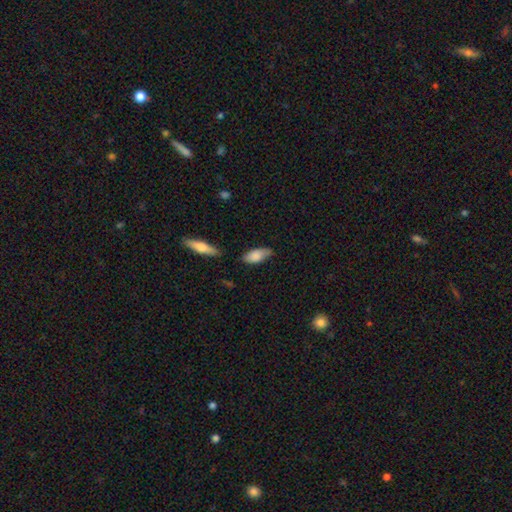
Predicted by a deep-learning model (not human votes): smooth_or_featured: smooth (p=0.78) [alt: featured or disk p=0.15]
how_rounded: in between (p=0.84) [alt: cigar-shaped p=0.13]
merging: none (p=0.67) [alt: minor disturbance p=0.25]